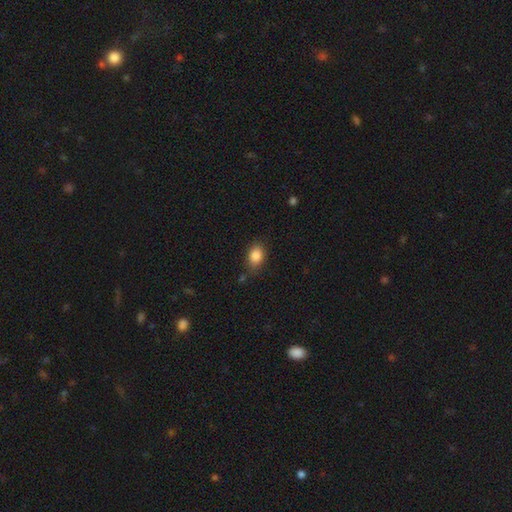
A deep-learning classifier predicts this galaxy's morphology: type=smooth (86%); roundness=in between (74%); merging=none (76%).